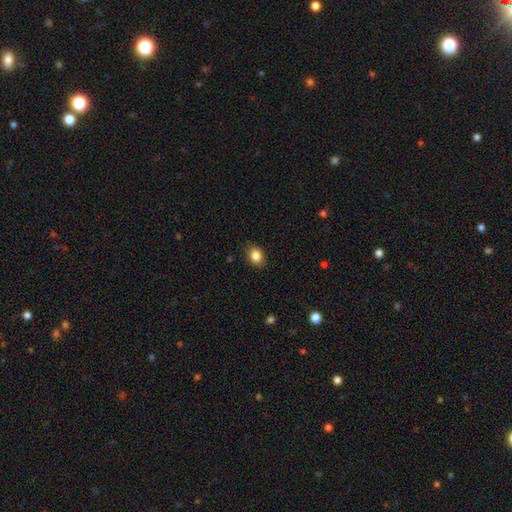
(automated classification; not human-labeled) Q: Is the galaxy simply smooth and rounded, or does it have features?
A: smooth — 85%.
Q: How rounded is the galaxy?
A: in between — 61%.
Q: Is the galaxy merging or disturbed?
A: none — 87%.